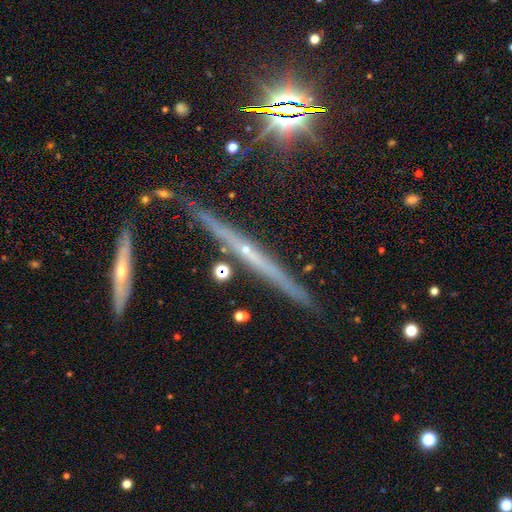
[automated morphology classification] The model was most divided on "edge-on bulge": rounded: 54%, none: 42%, boxy: 4%. More confident: edge-on disk — yes (97%); merging — none (84%); smooth or featured — featured or disk (71%).